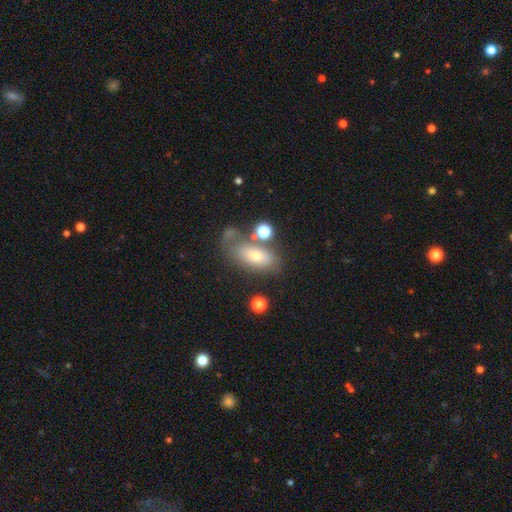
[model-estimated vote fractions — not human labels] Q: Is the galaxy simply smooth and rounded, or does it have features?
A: smooth — 61%.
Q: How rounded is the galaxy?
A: in between — 83%.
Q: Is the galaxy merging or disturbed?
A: none — 52%.